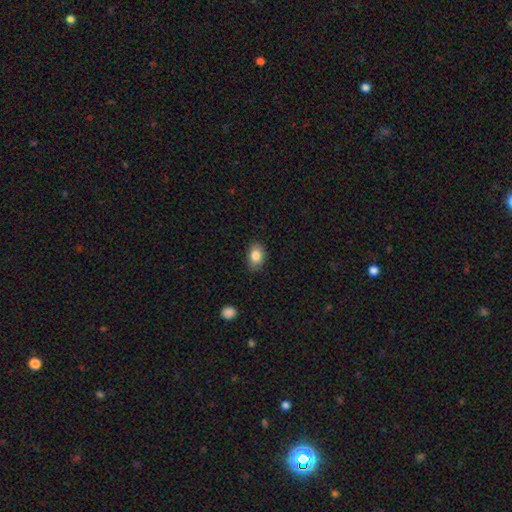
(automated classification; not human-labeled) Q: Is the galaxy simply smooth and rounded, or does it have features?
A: smooth — 84%.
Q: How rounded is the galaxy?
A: in between — 81%.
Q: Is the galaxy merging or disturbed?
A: none — 85%.